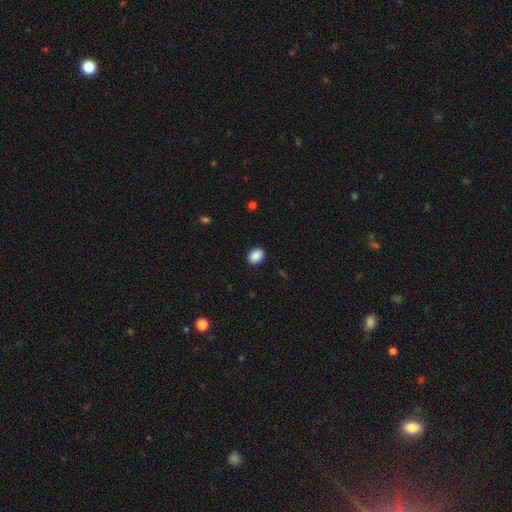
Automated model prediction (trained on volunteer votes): This appears to be a smooth galaxy with no disk features (89%) that is in between round and cigar-shaped (68%). Merging: none (90%).